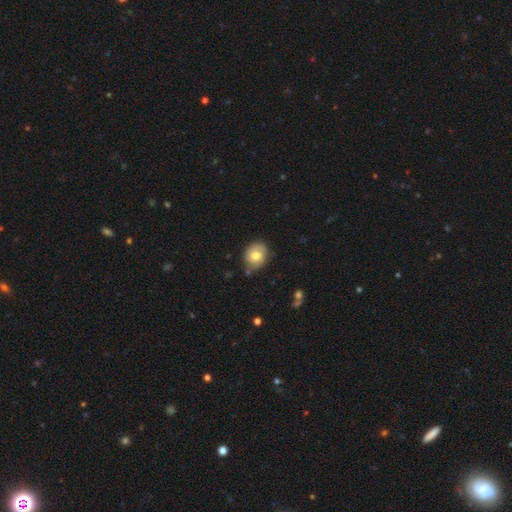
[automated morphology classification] Smooth or featured?
  - smooth: 70% *
  - featured or disk: 22%
  - star or artifact: 8%
How rounded?
  - round: 54% *
  - in between: 45%
  - cigar-shaped: 1%
Merging?
  - none: 70% *
  - minor disturbance: 22%
  - major disturbance: 4%
  - merger: 3%